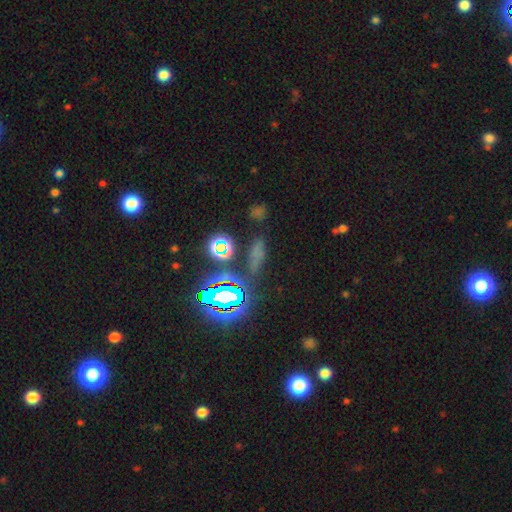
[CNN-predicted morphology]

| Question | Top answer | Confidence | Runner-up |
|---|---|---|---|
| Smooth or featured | star or artifact | 49% | smooth (38%) |